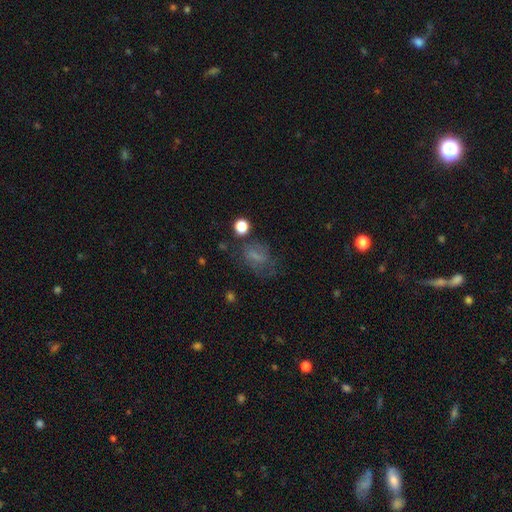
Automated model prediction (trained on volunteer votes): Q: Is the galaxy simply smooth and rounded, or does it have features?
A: smooth — 51%.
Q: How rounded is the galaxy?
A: in between — 68%.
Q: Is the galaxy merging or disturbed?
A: none — 50%.